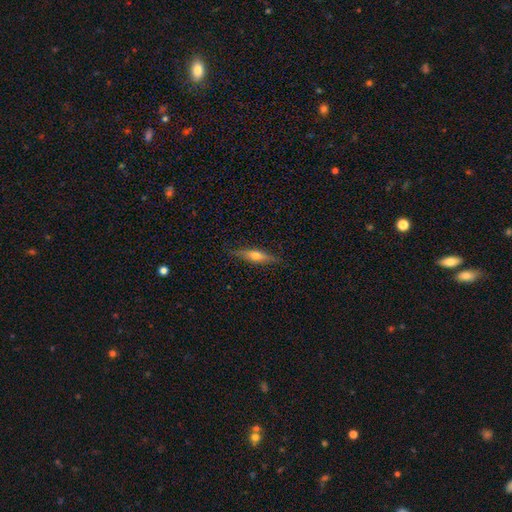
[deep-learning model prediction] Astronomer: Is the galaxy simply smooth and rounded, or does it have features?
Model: featured or disk — 50% (runner-up: smooth, 44%).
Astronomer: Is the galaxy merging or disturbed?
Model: none — 86%.